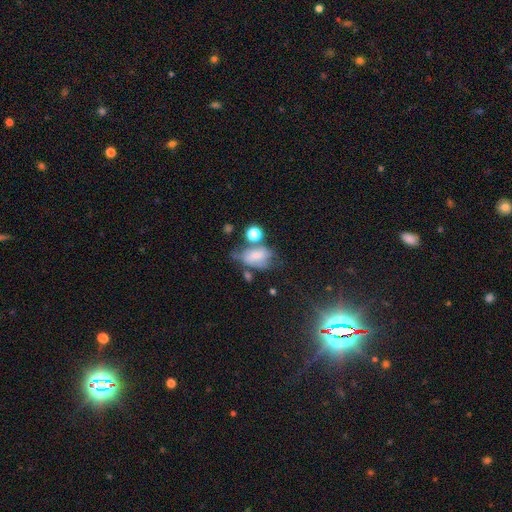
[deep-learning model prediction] A smooth galaxy with no disk features (60%) that is in between round and cigar-shaped (80%). Merging: none (30%).